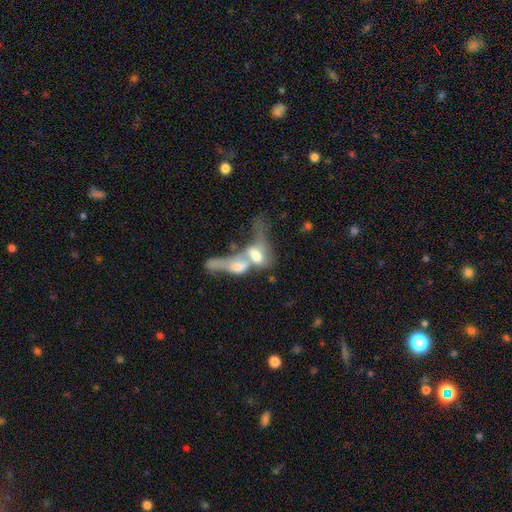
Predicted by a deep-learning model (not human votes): Q: Smooth or featured?
A: featured or disk (46%); runner-up: smooth (44%)
Q: Merging?
A: merger (77%); runner-up: major disturbance (12%)